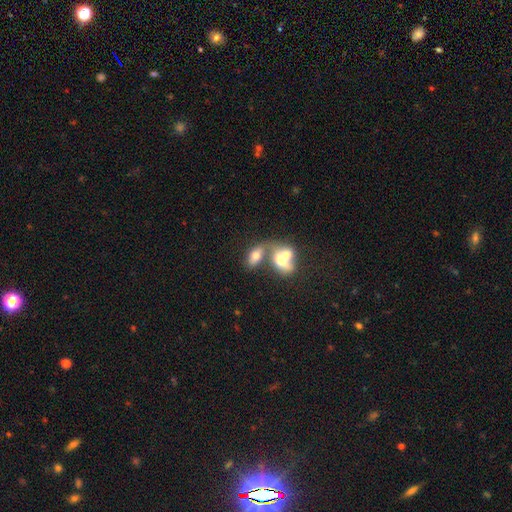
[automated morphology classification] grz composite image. It shows a smooth galaxy with no disk features (65%) that is in between round and cigar-shaped (84%). Merging: merger (69%).